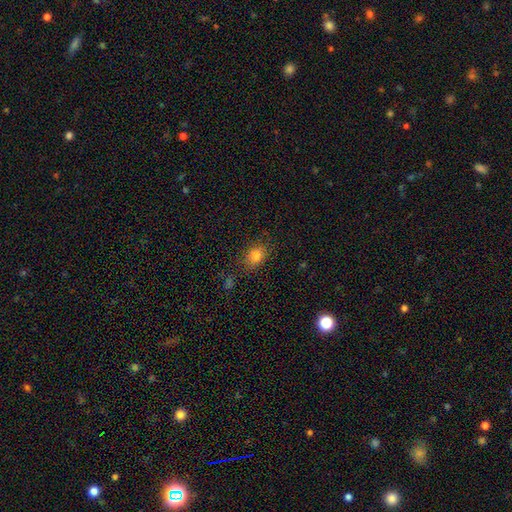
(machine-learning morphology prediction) Smooth or featured: smooth — 81% (star or artifact — 13%)
How rounded: in between — 69% (round — 30%)
Merging: none — 77% (minor disturbance — 15%)